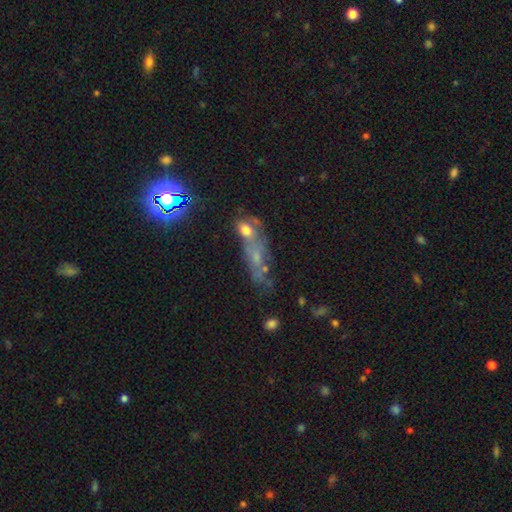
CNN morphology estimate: smooth_or_featured: smooth (p=0.39) [alt: featured or disk p=0.35]
merging: merger (p=0.37) [alt: none p=0.33]